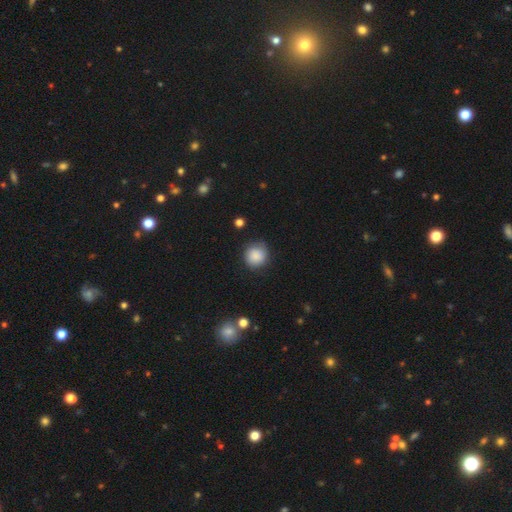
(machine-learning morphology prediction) A smooth galaxy with no disk features (86%) that is round (90%). Merging: none (80%).